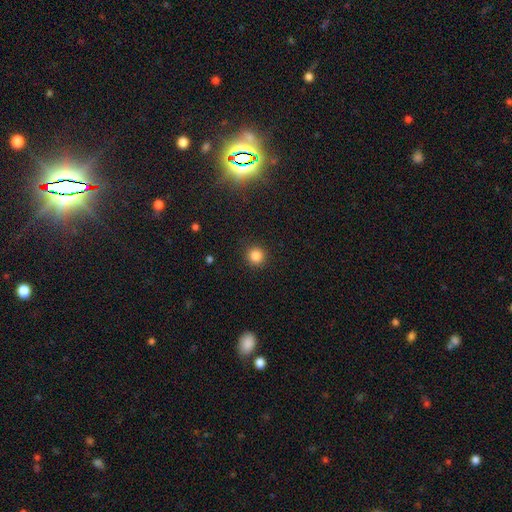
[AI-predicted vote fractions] smooth-or-featured: smooth: 84% | star or artifact: 12% | featured or disk: 4%
  how-rounded: round: 93% | in between: 6% | cigar-shaped: 1%
  merging: none: 90% | minor disturbance: 6% | major disturbance: 2% | merger: 1%